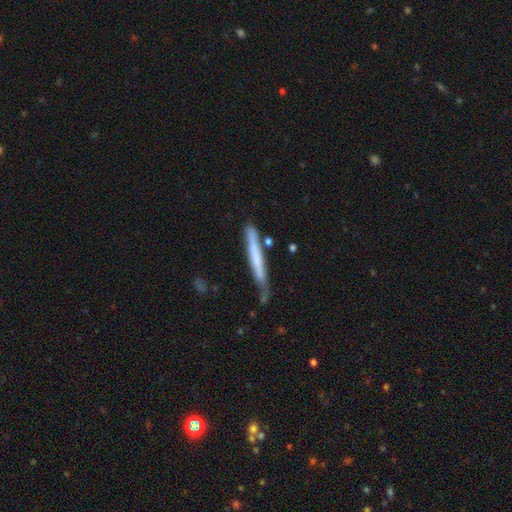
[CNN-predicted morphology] This appears to be a smooth galaxy with no disk features (57%) that is cigar-shaped (96%). Merging: none (64%).